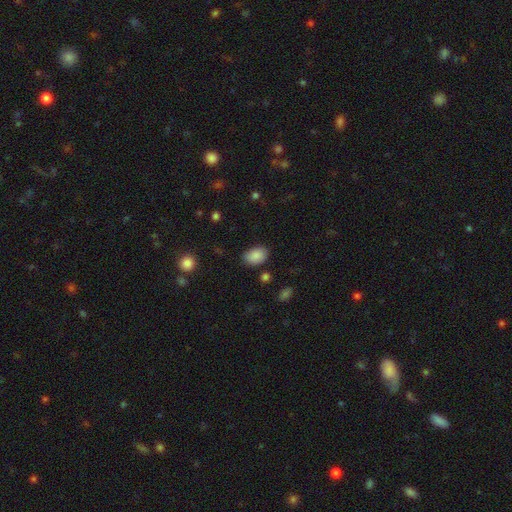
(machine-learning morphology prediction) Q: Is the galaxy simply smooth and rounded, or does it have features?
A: smooth — 88%.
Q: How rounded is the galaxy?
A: in between — 85%.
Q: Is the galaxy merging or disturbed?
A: none — 82%.